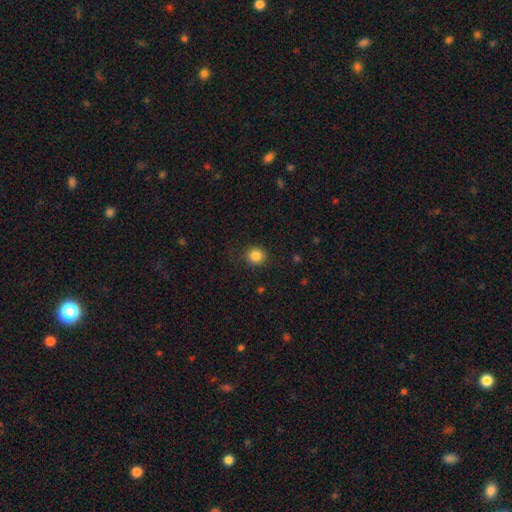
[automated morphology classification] This appears to be a smooth galaxy with no disk features (85%) that is round (89%). Merging: none (86%).